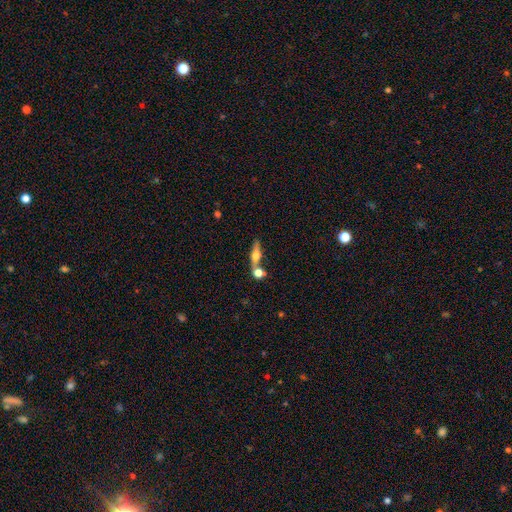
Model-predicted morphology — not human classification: This is possibly a featured or disk galaxy (56%). It is clearly viewed edge-on (88%). Merging: possibly none (56%).